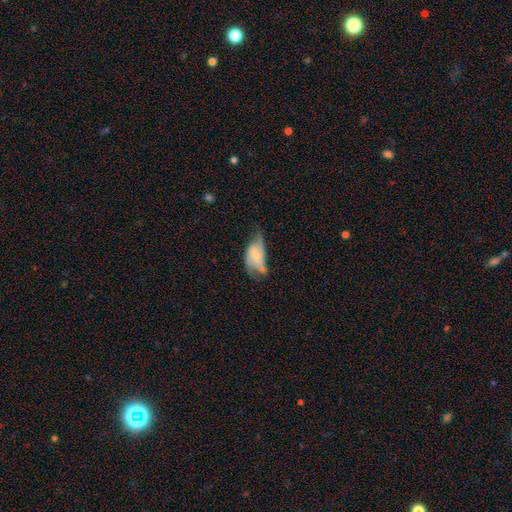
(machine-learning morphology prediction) A featured or disk galaxy (52%).

Vote fractions:
- Smooth or featured? featured or disk: 52% / smooth: 41% / star or artifact: 7%
- Edge-on disk? no: 93% / yes: 7%
- Merging? minor disturbance: 35% / major disturbance: 32% / none: 26% / merger: 7%